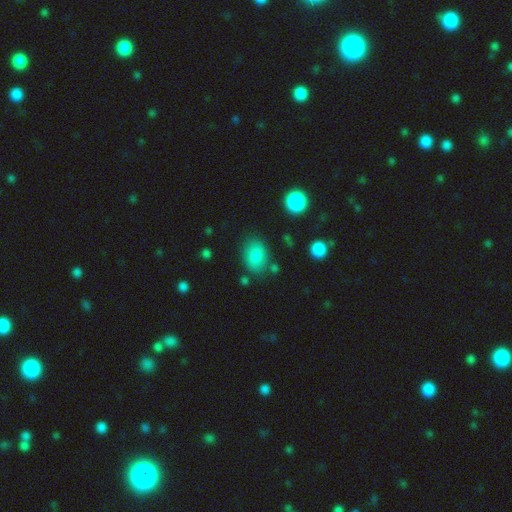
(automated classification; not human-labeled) This appears to be a smooth galaxy with no disk features (84%) that is in between round and cigar-shaped (76%). Merging: none (76%).